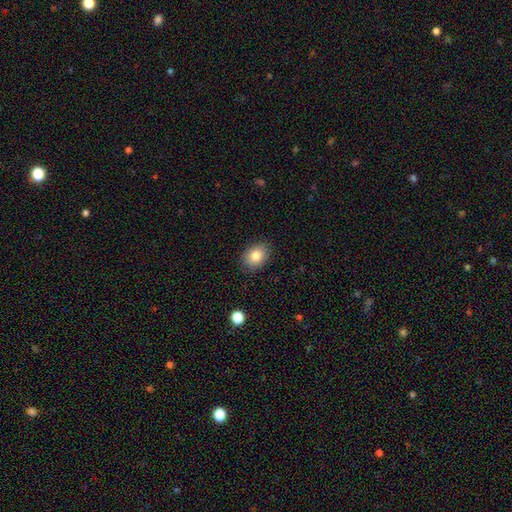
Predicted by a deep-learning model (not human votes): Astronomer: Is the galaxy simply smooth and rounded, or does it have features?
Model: smooth — 83%.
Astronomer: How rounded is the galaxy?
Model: in between — 64%.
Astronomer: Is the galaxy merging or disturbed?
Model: none — 87%.